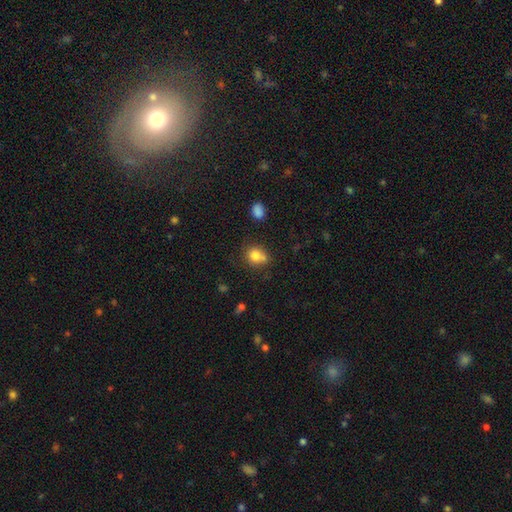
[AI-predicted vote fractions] This appears to be a smooth galaxy with no disk features (79%) that is round (71%). Merging: none (49%).